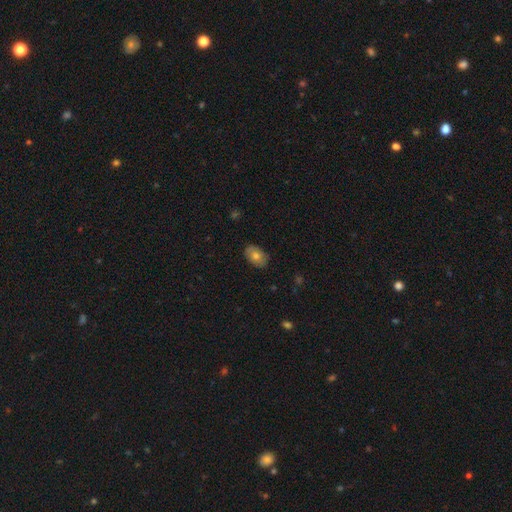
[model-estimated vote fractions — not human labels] A smooth galaxy with no disk features (69%) that is in between round and cigar-shaped (84%).

Vote fractions:
- Smooth or featured? smooth: 69% / featured or disk: 24% / star or artifact: 8%
- How rounded? in between: 84% / round: 15% / cigar-shaped: 1%
- Merging? none: 83% / minor disturbance: 14% / major disturbance: 2% / merger: 1%